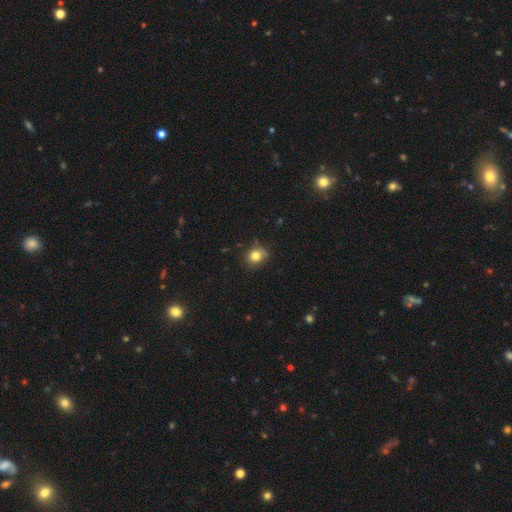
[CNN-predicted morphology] Q: Smooth or featured?
A: smooth (80%); runner-up: star or artifact (12%)
Q: How rounded?
A: round (72%); runner-up: in between (28%)
Q: Merging?
A: none (72%); runner-up: minor disturbance (21%)